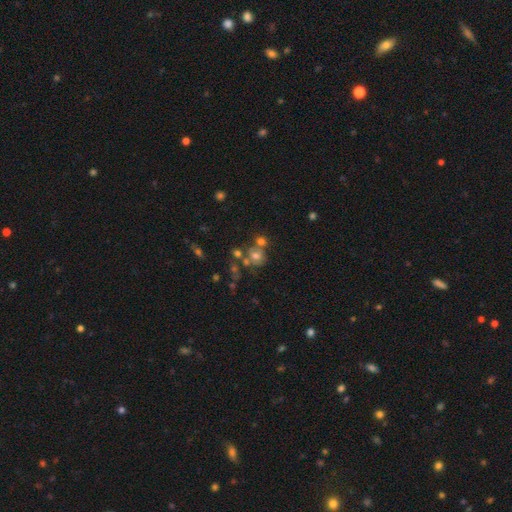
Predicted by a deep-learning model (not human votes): Smooth or featured: smooth — 59% (featured or disk — 21%)
How rounded: round — 76% (in between — 22%)
Merging: none — 46% (merger — 36%)